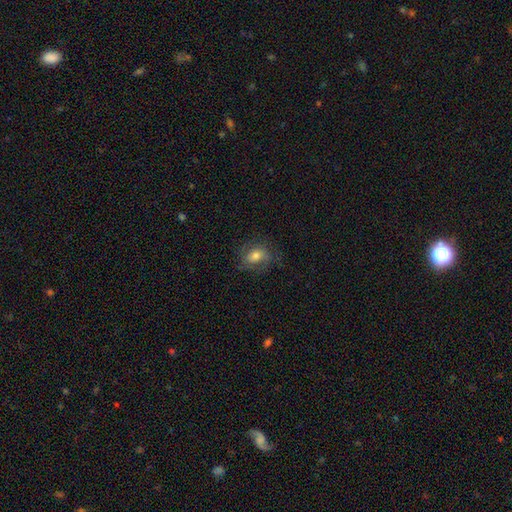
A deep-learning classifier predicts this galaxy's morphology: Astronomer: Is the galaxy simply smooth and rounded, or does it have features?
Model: smooth — 50% (runner-up: featured or disk, 39%).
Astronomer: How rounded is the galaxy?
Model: in between — 56% (runner-up: round, 43%).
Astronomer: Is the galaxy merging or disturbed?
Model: none — 68%.